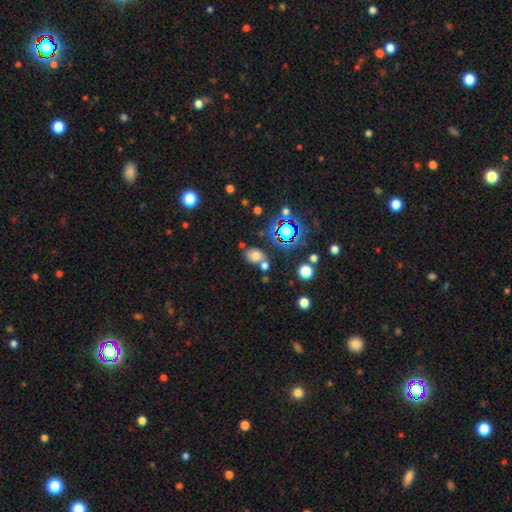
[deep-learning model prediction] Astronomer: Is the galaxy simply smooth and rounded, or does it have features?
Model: smooth — 69%.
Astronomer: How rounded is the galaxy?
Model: in between — 61% (runner-up: round, 37%).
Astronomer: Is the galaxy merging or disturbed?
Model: none — 56%.